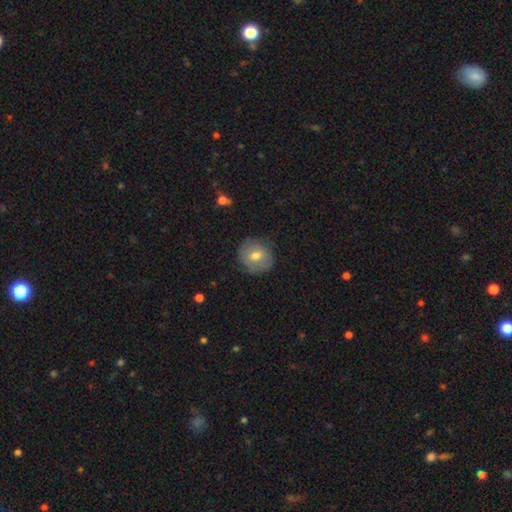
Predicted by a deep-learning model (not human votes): The model was most divided on "smooth or featured": smooth: 61%, featured or disk: 31%, star or artifact: 8%. More confident: how rounded — round (86%); merging — none (79%).